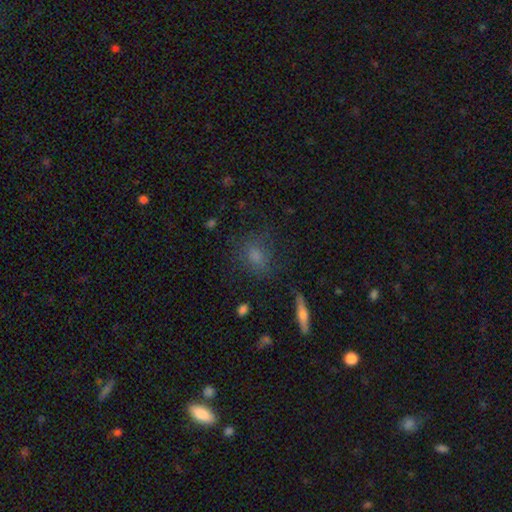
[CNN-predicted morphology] A smooth galaxy with no disk features (69%) that is in between round and cigar-shaped (50%).

Vote fractions:
- Smooth or featured? smooth: 69% / featured or disk: 16% / star or artifact: 15%
- How rounded? in between: 50% / round: 44% / cigar-shaped: 6%
- Merging? none: 73% / minor disturbance: 17% / major disturbance: 7% / merger: 2%